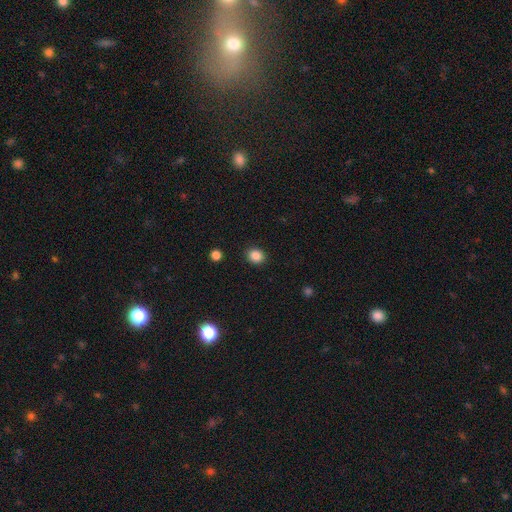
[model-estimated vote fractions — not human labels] A smooth galaxy with no disk features (87%) that is round (69%). Merging: none (89%).